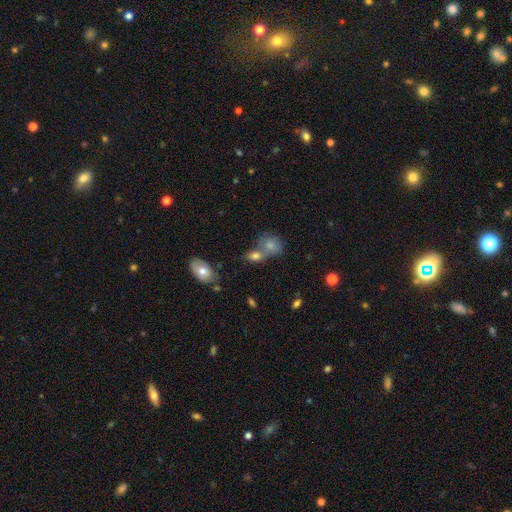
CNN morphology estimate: type=smooth (75%); roundness=in between (70%); merging=merger (46%).